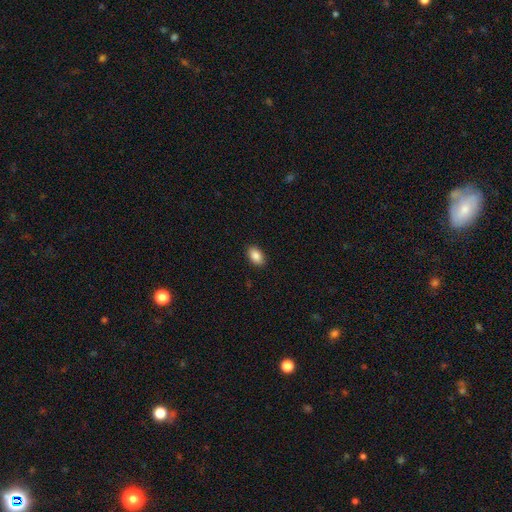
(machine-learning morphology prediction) Q: Smooth or featured?
A: smooth (88%); runner-up: star or artifact (7%)
Q: How rounded?
A: in between (90%); runner-up: round (9%)
Q: Merging?
A: none (89%); runner-up: minor disturbance (8%)